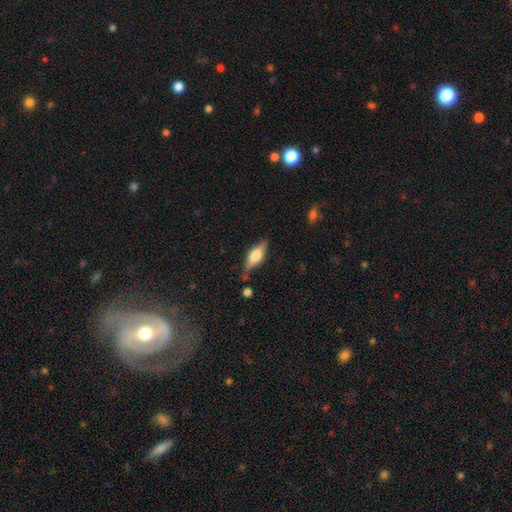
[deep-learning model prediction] featured or disk 53%, smooth 40%, star or artifact 7%. Down the decision tree: edge-on disk — yes (91%); merging — none (78%).